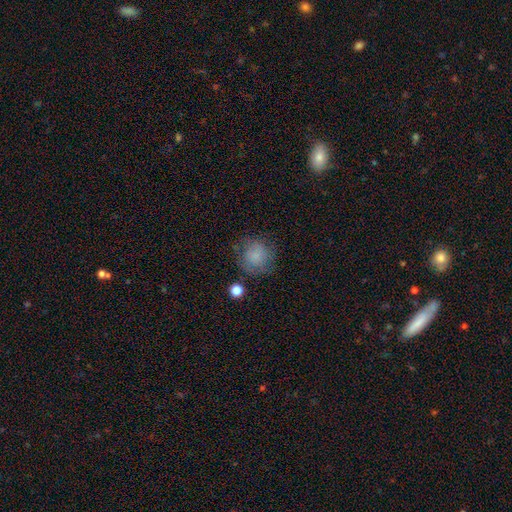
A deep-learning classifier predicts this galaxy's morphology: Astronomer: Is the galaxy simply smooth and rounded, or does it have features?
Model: smooth — 76%.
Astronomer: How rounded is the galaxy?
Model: round — 89%.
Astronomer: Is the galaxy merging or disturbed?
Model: none — 69%.